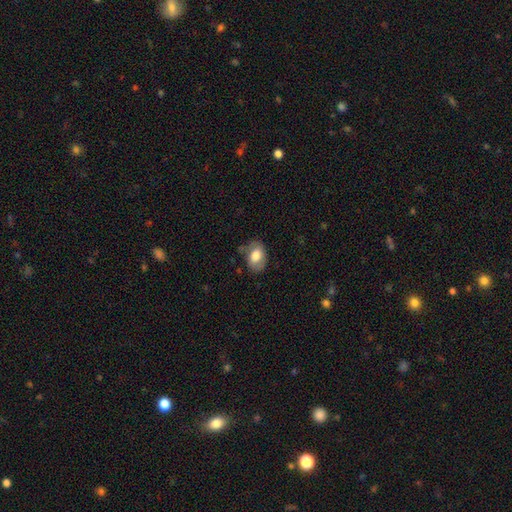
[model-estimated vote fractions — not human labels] smooth_or_featured: smooth (p=0.70) [alt: featured or disk p=0.23]
how_rounded: in between (p=0.83) [alt: round p=0.16]
merging: none (p=0.69) [alt: minor disturbance p=0.21]